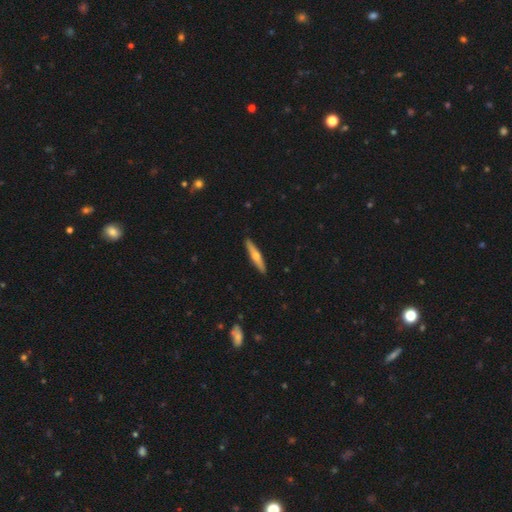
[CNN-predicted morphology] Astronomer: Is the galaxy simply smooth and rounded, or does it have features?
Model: featured or disk — 53% (runner-up: smooth, 42%).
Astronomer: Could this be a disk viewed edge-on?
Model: yes — 95%.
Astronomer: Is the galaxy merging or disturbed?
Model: none — 92%.